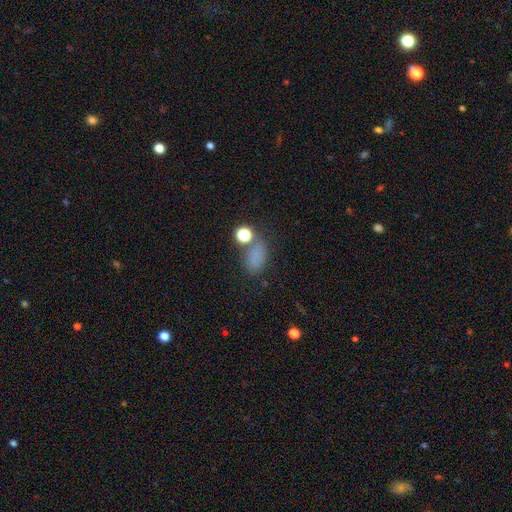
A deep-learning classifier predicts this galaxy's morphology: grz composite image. It shows a smooth galaxy with no disk features (71%) that is in between round and cigar-shaped (79%). Merging: none (59%).